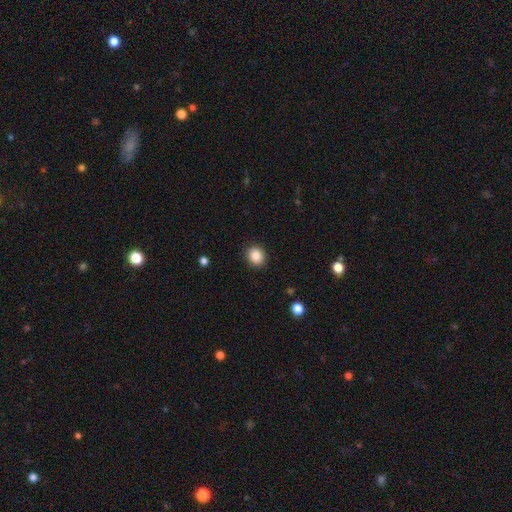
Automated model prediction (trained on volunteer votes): A smooth galaxy with no disk features (86%) that is round (77%). Merging: none (90%).